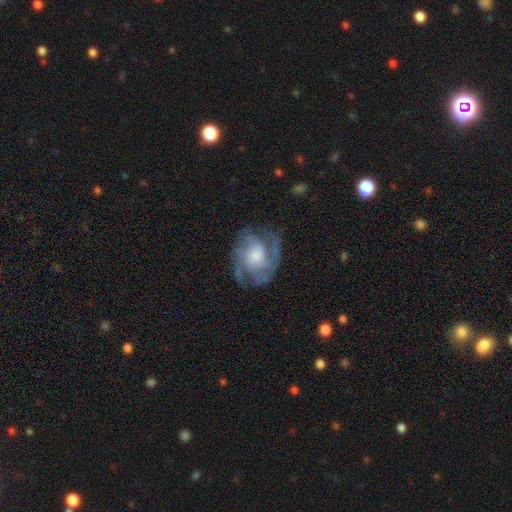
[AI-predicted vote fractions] featured or disk 81%, smooth 13%, star or artifact 6%. Down the decision tree: edge-on disk — no (98%); bar — no (67%); spiral arms — yes (94%); spiral arm count — 3 (29%); spiral winding — medium (45%); bulge size — moderate (44%); merging — none (68%).